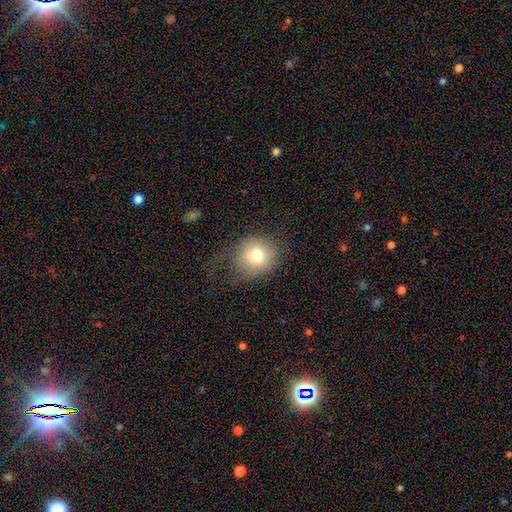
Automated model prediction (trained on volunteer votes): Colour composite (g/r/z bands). It shows a smooth galaxy with no disk features (75%) that is round (80%). Merging: none (57%).